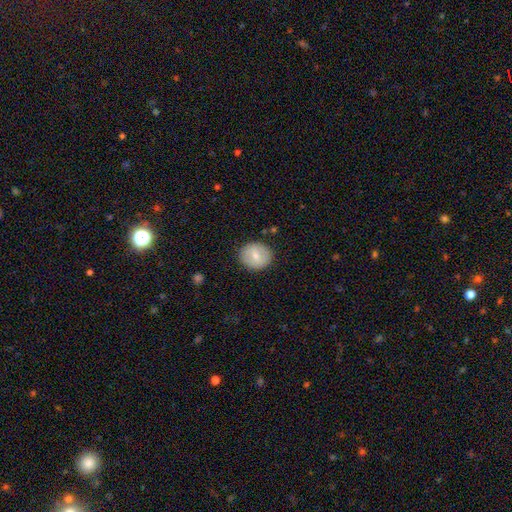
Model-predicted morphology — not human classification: This is likely a smooth galaxy (70%). How rounded: clearly round (80%). Merging: clearly none (87%).